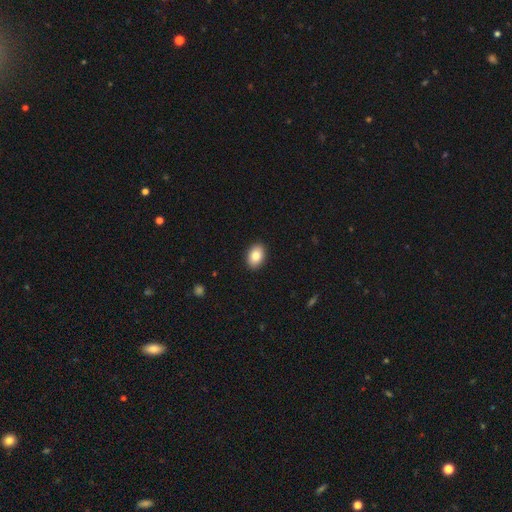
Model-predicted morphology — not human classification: smooth_or_featured: smooth (p=0.85) [alt: featured or disk p=0.08]
how_rounded: in between (p=0.87) [alt: round p=0.12]
merging: none (p=0.91) [alt: minor disturbance p=0.07]